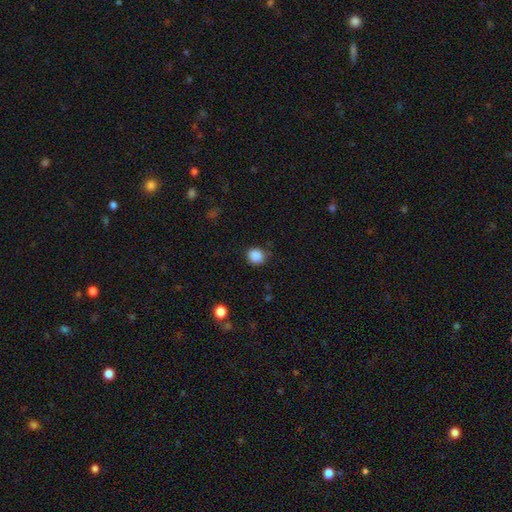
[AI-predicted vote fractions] smooth 87%, star or artifact 10%, featured or disk 3%. Down the decision tree: how rounded — round (85%); merging — none (83%).